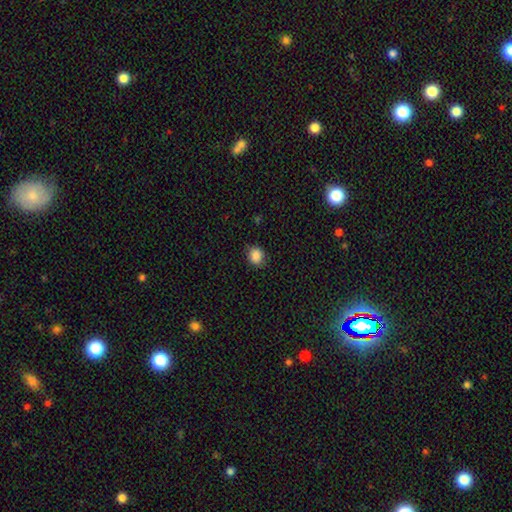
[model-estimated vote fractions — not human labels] Q: Smooth or featured?
A: smooth (86%); runner-up: star or artifact (10%)
Q: How rounded?
A: round (73%); runner-up: in between (26%)
Q: Merging?
A: none (82%); runner-up: minor disturbance (14%)